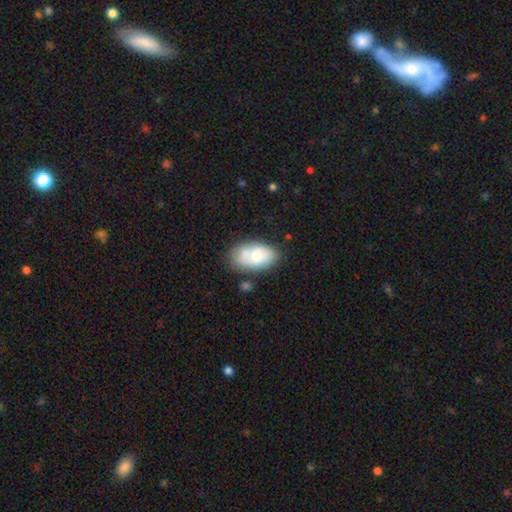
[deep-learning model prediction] Smooth or featured? smooth (72%)
How rounded? in between (93%)
Merging? none (60%)